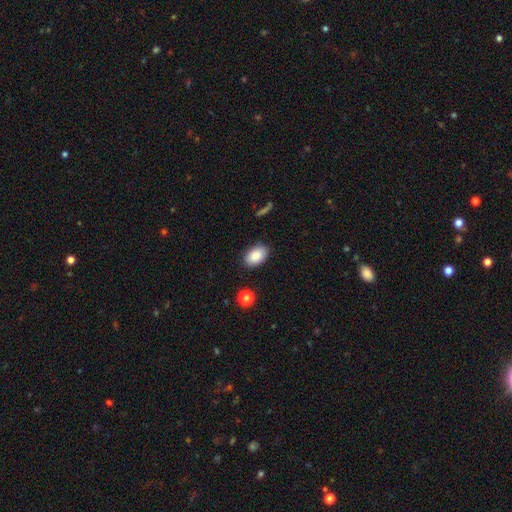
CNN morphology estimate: A smooth galaxy with no disk features (85%) that is in between round and cigar-shaped (90%).

Vote fractions:
- Smooth or featured? smooth: 85% / star or artifact: 7% / featured or disk: 7%
- How rounded? in between: 90% / round: 9% / cigar-shaped: 1%
- Merging? none: 87% / minor disturbance: 9% / major disturbance: 2% / merger: 2%